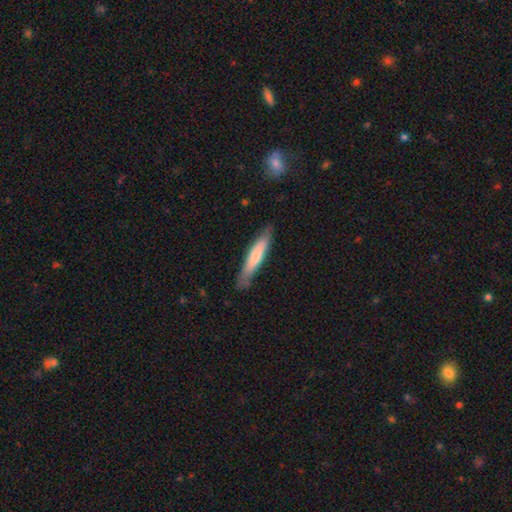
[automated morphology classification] smooth-or-featured: smooth: 67% | featured or disk: 28% | star or artifact: 5%
  how-rounded: cigar-shaped: 87% | in between: 12% | round: 1%
  merging: none: 81% | minor disturbance: 15% | major disturbance: 3% | merger: 1%